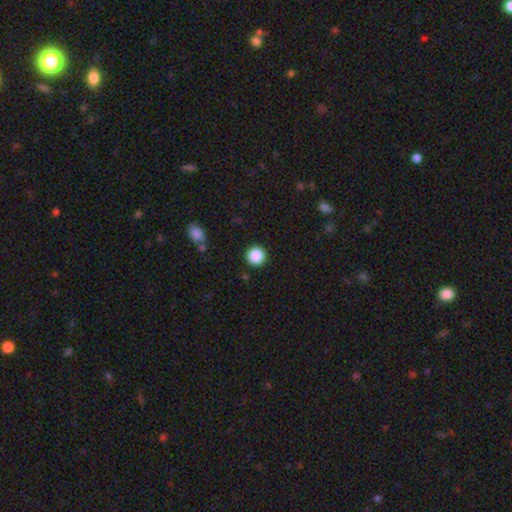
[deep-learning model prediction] smooth 88%, star or artifact 9%, featured or disk 3%. Down the decision tree: how rounded — round (96%); merging — none (92%).